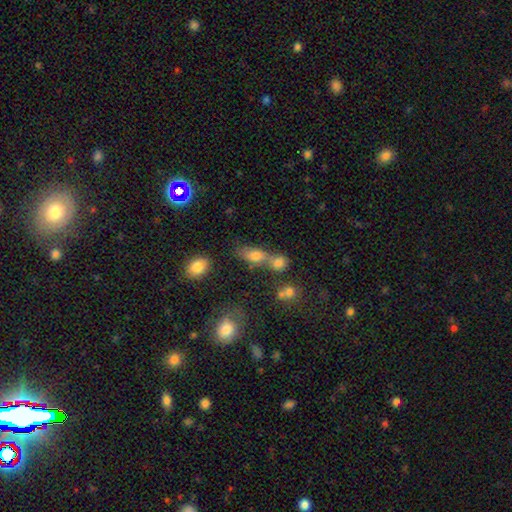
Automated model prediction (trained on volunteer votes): Overall: smooth (72%). How rounded: in between (70%). Merging: merger (45%; none 38%).